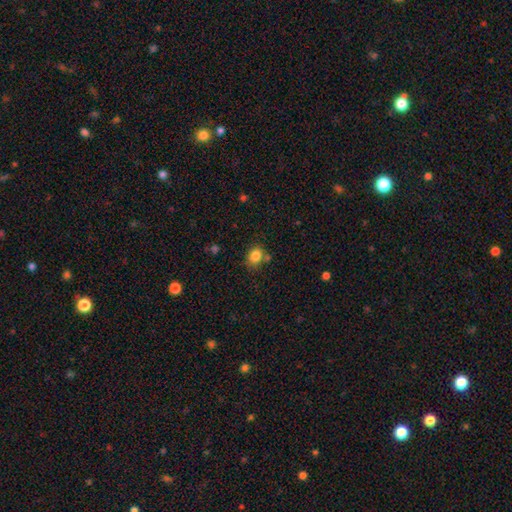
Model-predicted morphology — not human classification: Smooth or featured?
  - smooth: 83% *
  - star or artifact: 10%
  - featured or disk: 6%
How rounded?
  - round: 51% *
  - in between: 48%
  - cigar-shaped: 1%
Merging?
  - none: 68% *
  - minor disturbance: 16%
  - merger: 11%
  - major disturbance: 5%